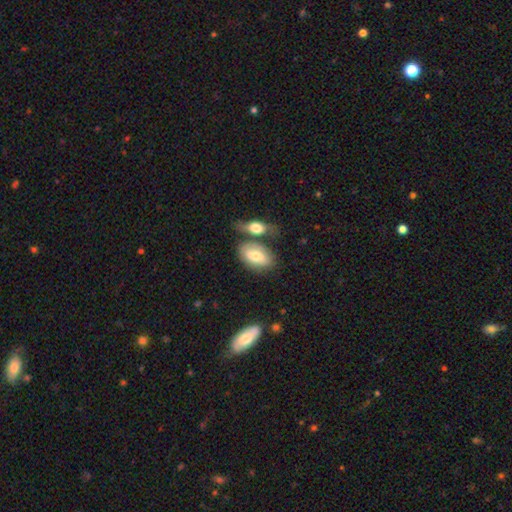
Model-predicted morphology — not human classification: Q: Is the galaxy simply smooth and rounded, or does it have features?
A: smooth — 67%.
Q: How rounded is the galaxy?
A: in between — 90%.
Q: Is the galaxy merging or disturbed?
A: none — 49%.